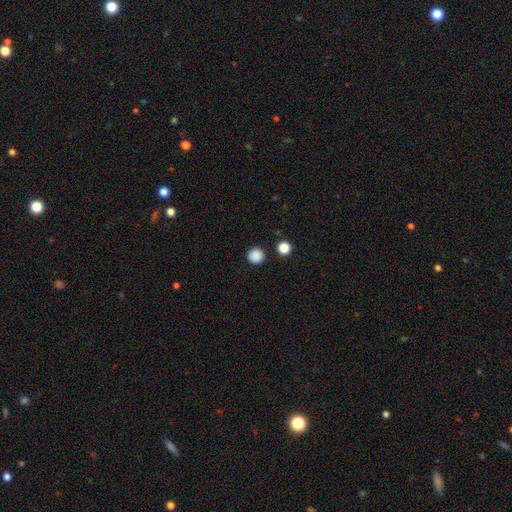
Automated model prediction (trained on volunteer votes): This appears to be a smooth galaxy with no disk features (87%) that is round (94%). Merging: none (89%).